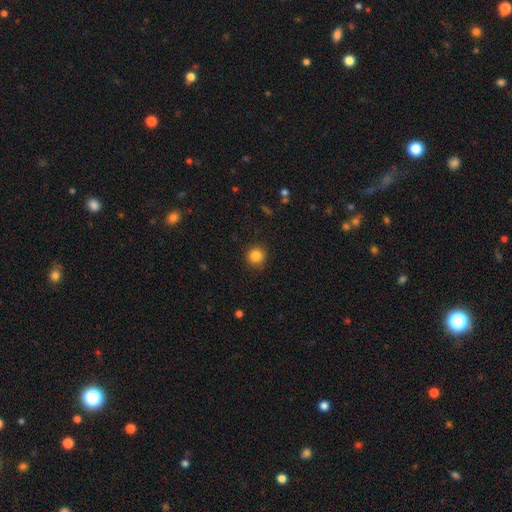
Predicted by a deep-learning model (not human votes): Overall: smooth (85%). How rounded: round (94%). Merging: none (89%).